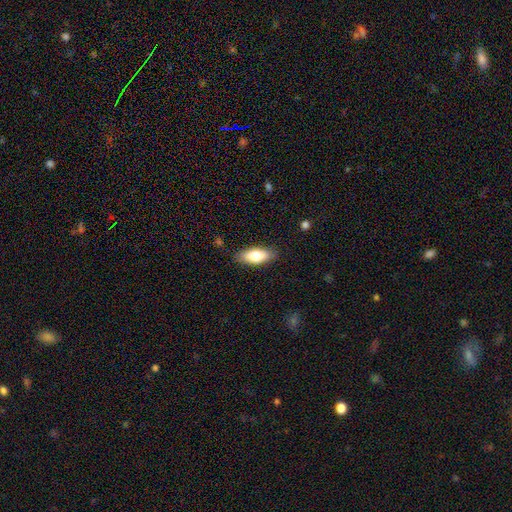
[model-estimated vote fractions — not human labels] Smooth or featured? smooth (76%)
How rounded? in between (82%)
Merging? none (85%)